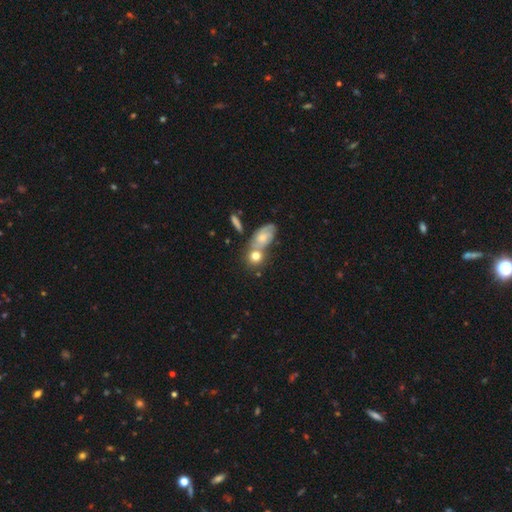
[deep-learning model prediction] Morphology: type=smooth (65%); roundness=round (66%); merging=none (46%).